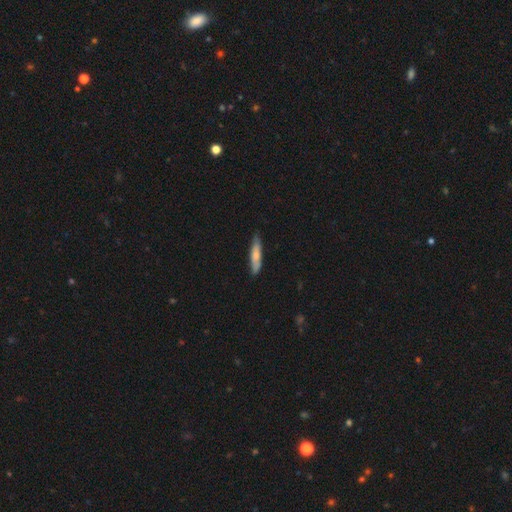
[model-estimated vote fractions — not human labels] Morphology: type=smooth (70%); roundness=cigar-shaped (84%); merging=none (80%).